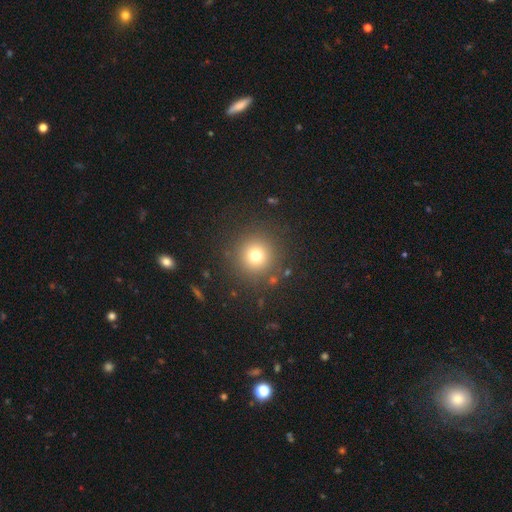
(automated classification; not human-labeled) The model was most divided on "smooth or featured": smooth: 74%, star or artifact: 17%, featured or disk: 9%. More confident: how rounded — round (95%); merging — none (88%).